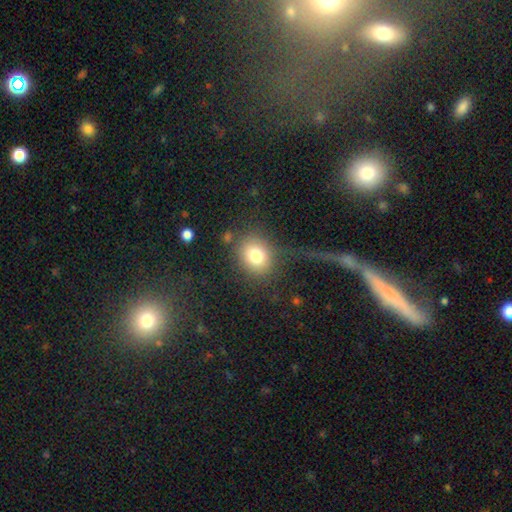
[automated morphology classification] A smooth galaxy with no disk features (79%) that is round (66%).

Vote fractions:
- Smooth or featured? smooth: 79% / featured or disk: 11% / star or artifact: 10%
- How rounded? round: 66% / in between: 32% / cigar-shaped: 1%
- Merging? none: 66% / major disturbance: 15% / minor disturbance: 15% / merger: 4%